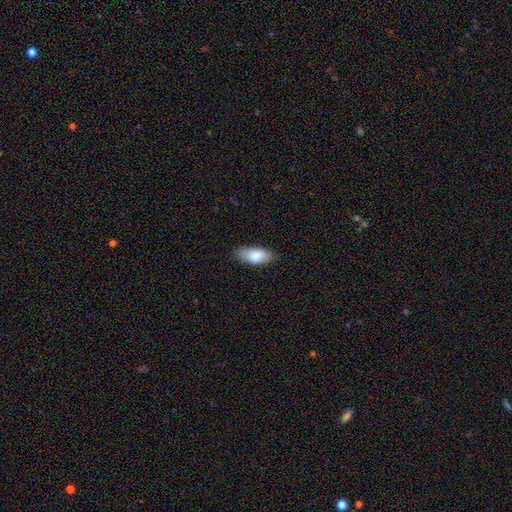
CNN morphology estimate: Smooth or featured: smooth — 82% (featured or disk — 12%)
How rounded: in between — 82% (cigar-shaped — 16%)
Merging: none — 84% (minor disturbance — 13%)